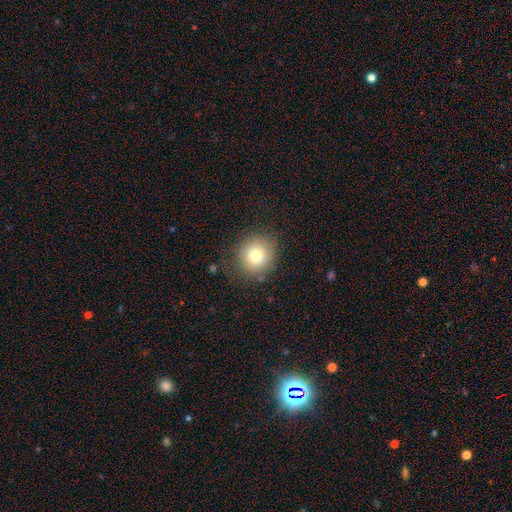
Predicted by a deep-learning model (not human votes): Q: Smooth or featured?
A: smooth (76%); runner-up: star or artifact (12%)
Q: How rounded?
A: round (89%); runner-up: in between (10%)
Q: Merging?
A: none (82%); runner-up: minor disturbance (12%)